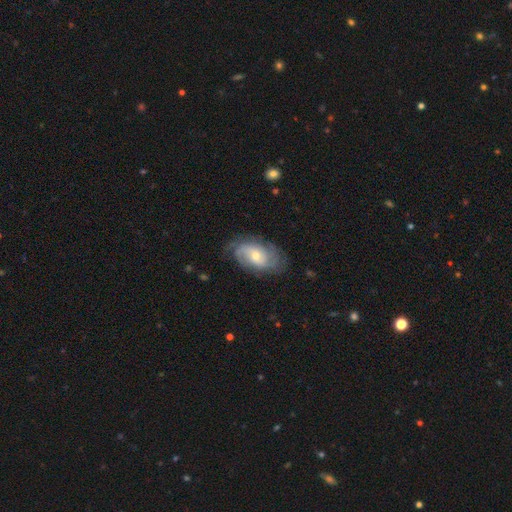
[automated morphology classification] Overall: featured or disk (76%). Edge-on disk: no (96%). Bar: no (61%; weak 33%). Spiral arms: yes (92%). Spiral arm count: 2 (38%; can't tell 32%). Spiral winding: tight (47%; medium 37%). Bulge size: moderate (52%; small 43%). Merging: none (72%).